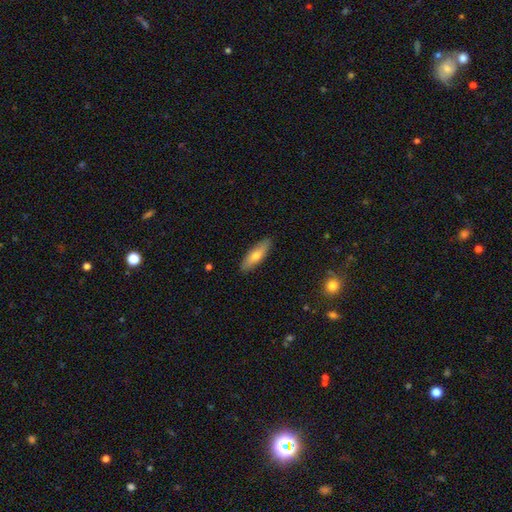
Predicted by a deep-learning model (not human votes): Q: Smooth or featured?
A: smooth (66%); runner-up: featured or disk (27%)
Q: How rounded?
A: cigar-shaped (59%); runner-up: in between (39%)
Q: Merging?
A: none (88%); runner-up: minor disturbance (9%)